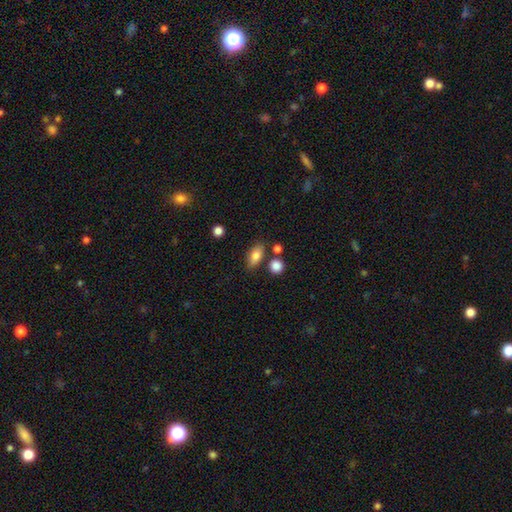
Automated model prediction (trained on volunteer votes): Smooth or featured?
  - smooth: 81% *
  - featured or disk: 11%
  - star or artifact: 8%
How rounded?
  - in between: 83% *
  - round: 11%
  - cigar-shaped: 6%
Merging?
  - none: 76% *
  - minor disturbance: 12%
  - merger: 9%
  - major disturbance: 3%